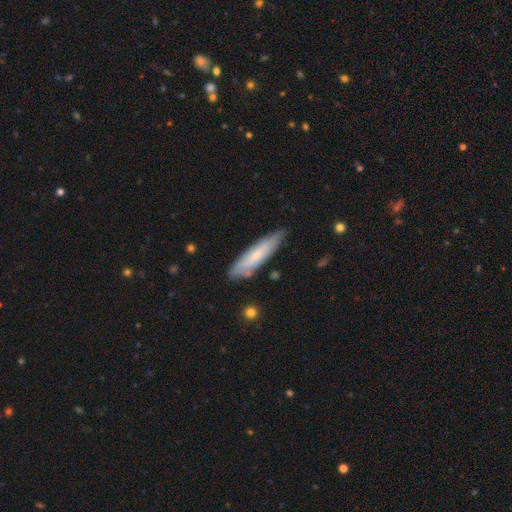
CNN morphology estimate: The model was most divided on "smooth or featured": smooth: 52%, featured or disk: 41%, star or artifact: 6%. More confident: merging — none (75%); how rounded — cigar-shaped (71%).